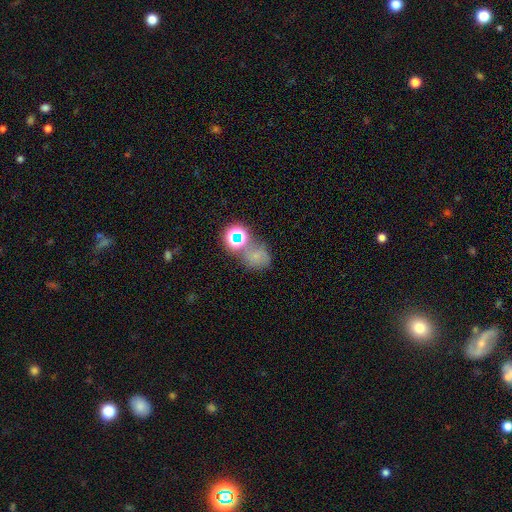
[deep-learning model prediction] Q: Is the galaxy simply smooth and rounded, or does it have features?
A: smooth — 54%.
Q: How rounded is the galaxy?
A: round — 63%.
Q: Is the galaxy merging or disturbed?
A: none — 45%.